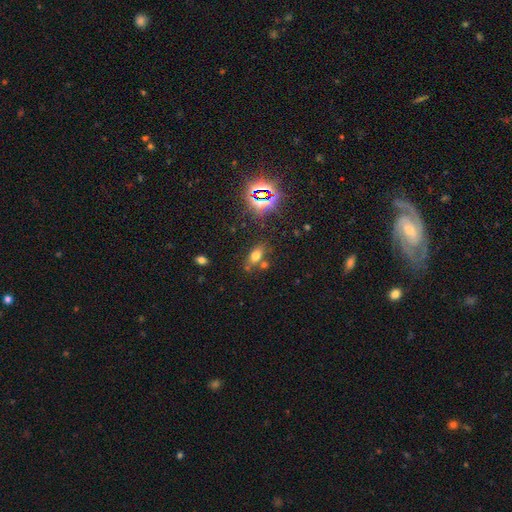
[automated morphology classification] This appears to be a smooth galaxy with no disk features (64%) that is in between round and cigar-shaped (78%). Merging: none (66%).